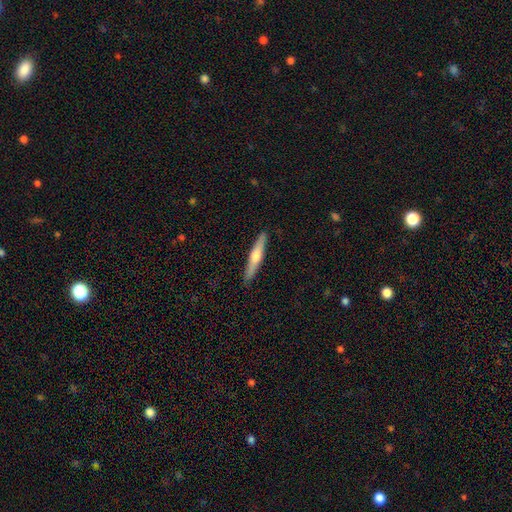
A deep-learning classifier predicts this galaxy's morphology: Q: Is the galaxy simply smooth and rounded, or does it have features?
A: featured or disk — 55%.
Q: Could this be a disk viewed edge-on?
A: yes — 96%.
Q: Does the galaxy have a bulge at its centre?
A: rounded — 86%.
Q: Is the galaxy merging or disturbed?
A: none — 90%.